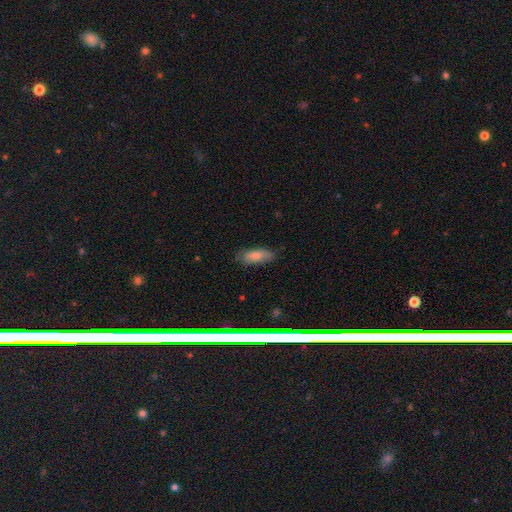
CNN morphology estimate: Smooth or featured: smooth — 78% (featured or disk — 13%)
How rounded: in between — 75% (cigar-shaped — 23%)
Merging: none — 78% (minor disturbance — 17%)